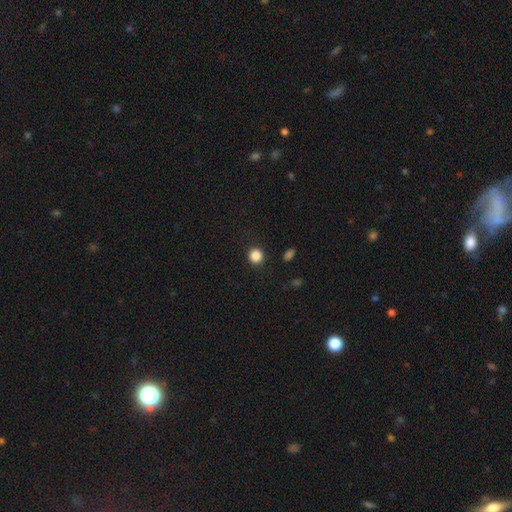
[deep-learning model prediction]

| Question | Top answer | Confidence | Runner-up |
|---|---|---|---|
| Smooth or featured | smooth | 86% | star or artifact (11%) |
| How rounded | round | 92% | in between (7%) |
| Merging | none | 90% | minor disturbance (6%) |